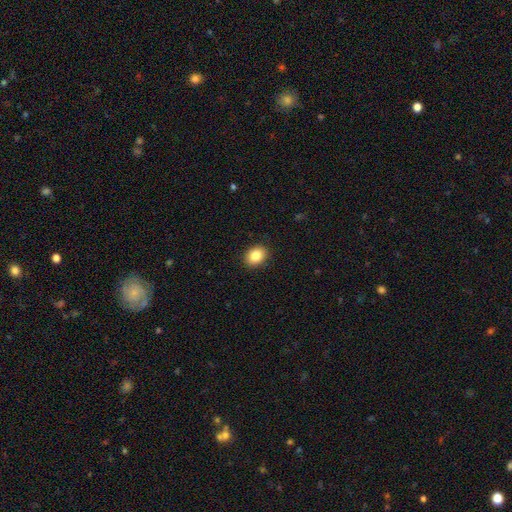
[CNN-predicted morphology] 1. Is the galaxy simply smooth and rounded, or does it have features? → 86% smooth, 9% star or artifact, 6% featured or disk.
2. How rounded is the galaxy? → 60% in between, 39% round, 1% cigar-shaped.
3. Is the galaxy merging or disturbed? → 90% none, 7% minor disturbance, 2% major disturbance, 1% merger.